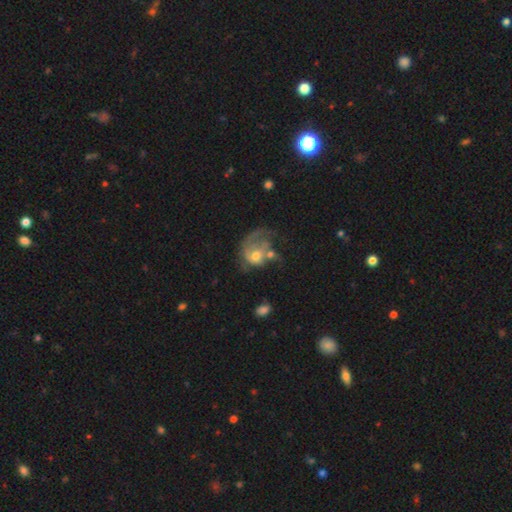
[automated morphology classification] smooth_or_featured: featured or disk (p=0.58) [alt: smooth p=0.34]
disk_edge_on: no (p=0.97) [alt: yes p=0.03]
bar: no (p=0.78) [alt: weak p=0.19]
has_spiral_arms: yes (p=0.61) [alt: no p=0.39]
bulge_size: moderate (p=0.63) [alt: small p=0.21]
merging: major disturbance (p=0.42) [alt: merger p=0.24]